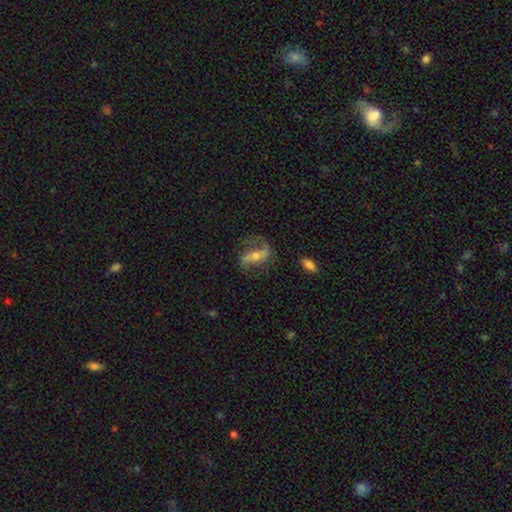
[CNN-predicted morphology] The model was most divided on "bulge size": small: 50%, moderate: 40%, none: 5%, large: 4%, dominant: 1%. More confident: edge-on disk — no (90%); spiral arms — yes (87%); spiral arm count — 2 (78%); smooth or featured — featured or disk (74%); merging — none (61%); spiral winding — loose (57%); bar — strong (51%).